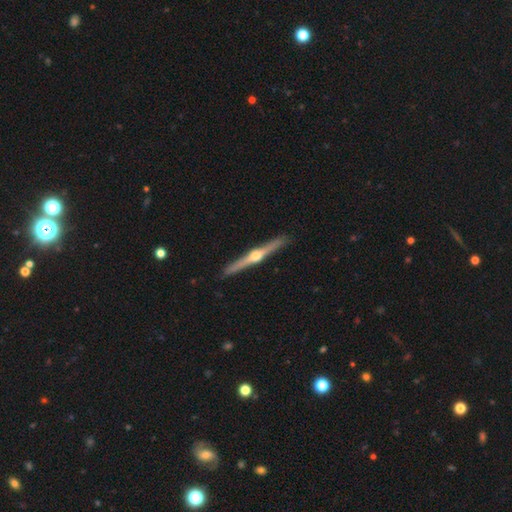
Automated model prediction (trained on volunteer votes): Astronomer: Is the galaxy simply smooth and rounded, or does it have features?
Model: featured or disk — 81%.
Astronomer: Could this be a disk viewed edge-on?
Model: yes — 98%.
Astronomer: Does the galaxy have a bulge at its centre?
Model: rounded — 95%.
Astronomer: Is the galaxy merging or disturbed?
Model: none — 92%.